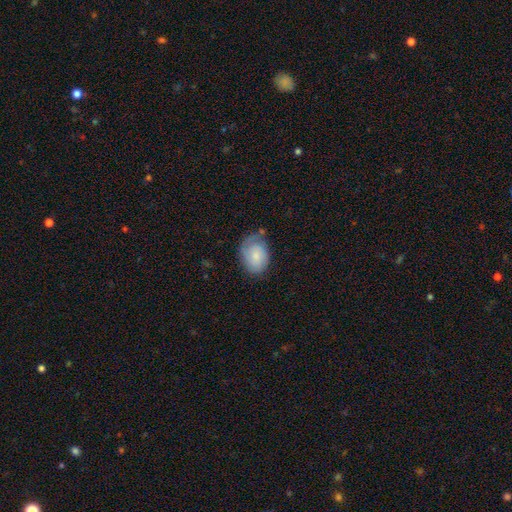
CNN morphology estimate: This is likely a smooth galaxy (67%). How rounded: likely in between (72%). Merging: possibly none (55%).